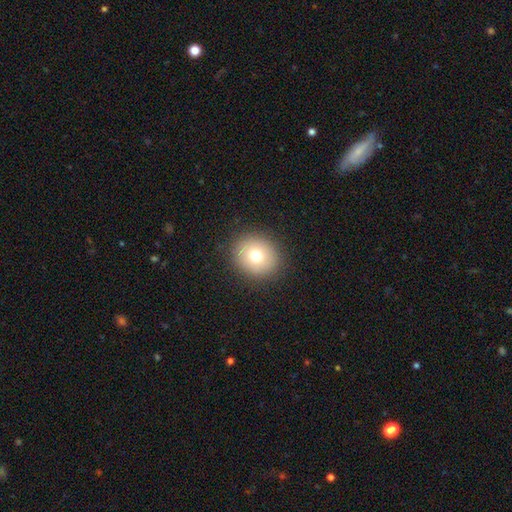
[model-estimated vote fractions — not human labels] The model was most divided on "smooth or featured": smooth: 73%, featured or disk: 15%, star or artifact: 12%. More confident: merging — none (89%); how rounded — round (80%).